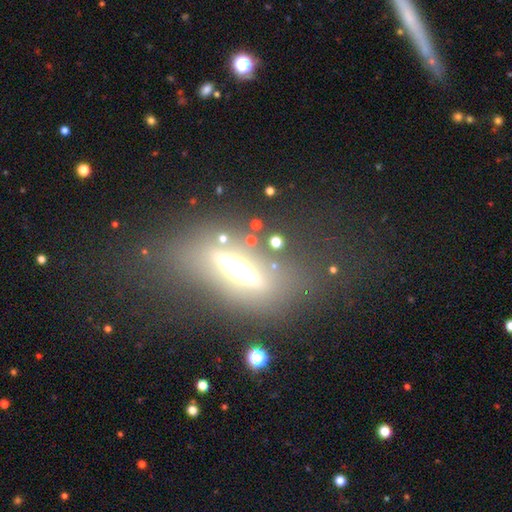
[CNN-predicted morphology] Overall: featured or disk (53%; smooth 28%). Edge-on disk: yes (67%; no 33%). Merging: none (64%).